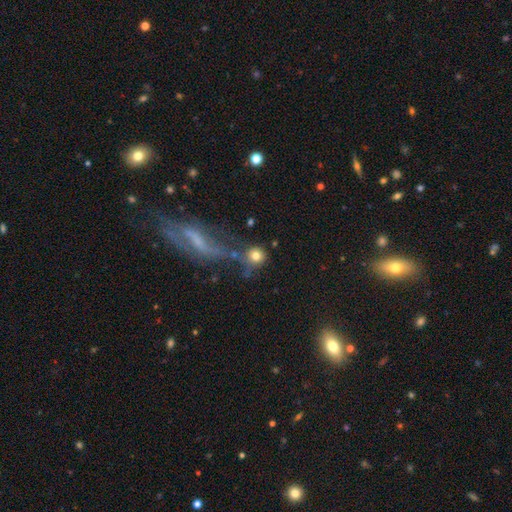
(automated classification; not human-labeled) This is likely a smooth galaxy (77%). How rounded: clearly round (89%). Merging: possibly none (55%).